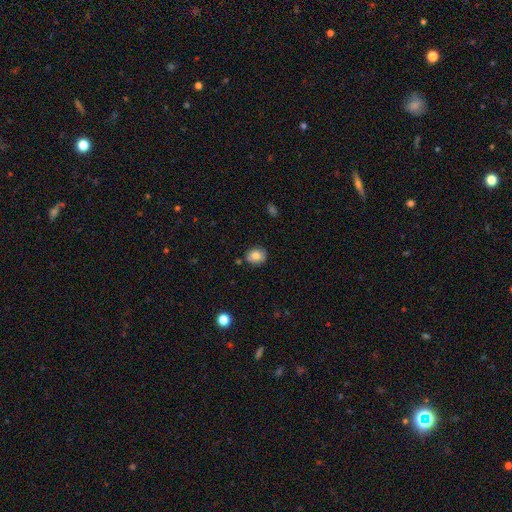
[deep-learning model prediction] Overall: smooth (78%). How rounded: round (58%; in between 41%). Merging: none (77%).